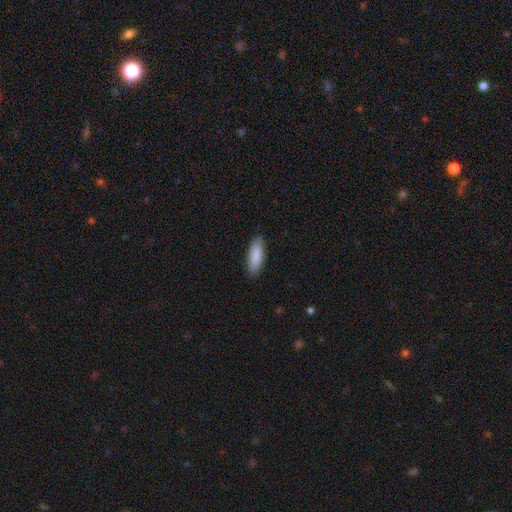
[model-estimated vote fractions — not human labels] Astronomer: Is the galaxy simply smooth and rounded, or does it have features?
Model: smooth — 89%.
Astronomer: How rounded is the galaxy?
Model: in between — 65%.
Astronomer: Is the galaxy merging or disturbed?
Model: none — 88%.